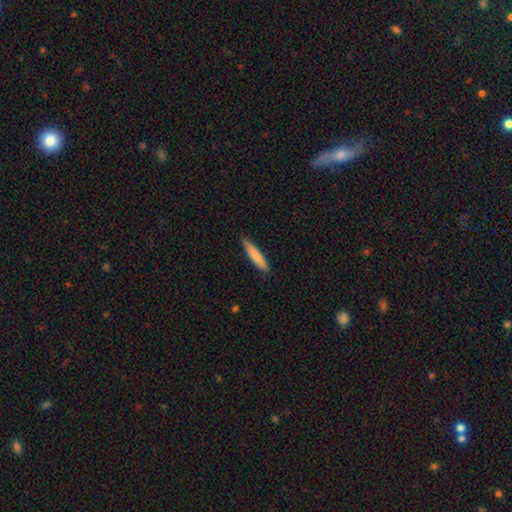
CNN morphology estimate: Overall: smooth (81%). How rounded: cigar-shaped (89%). Merging: none (86%).